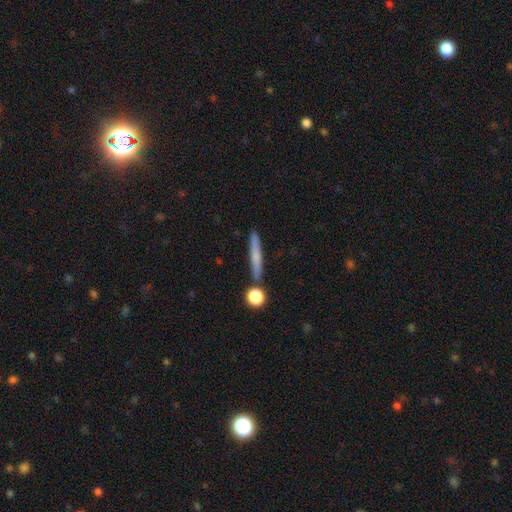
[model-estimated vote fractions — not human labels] Smooth or featured? smooth (64%)
How rounded? cigar-shaped (91%)
Merging? none (83%)